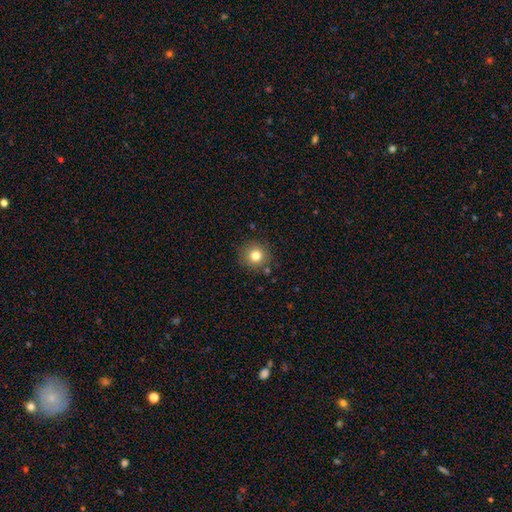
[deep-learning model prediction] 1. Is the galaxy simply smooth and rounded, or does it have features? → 80% smooth, 12% star or artifact, 8% featured or disk.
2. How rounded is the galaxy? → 93% round, 6% in between, 1% cigar-shaped.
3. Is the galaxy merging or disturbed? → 86% none, 8% minor disturbance, 3% merger, 3% major disturbance.